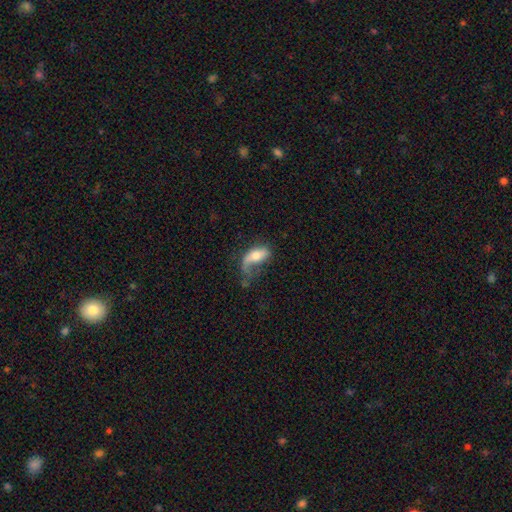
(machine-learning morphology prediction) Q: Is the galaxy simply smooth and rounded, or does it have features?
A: smooth — 56%.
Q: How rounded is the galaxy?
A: in between — 84%.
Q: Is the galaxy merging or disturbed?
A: major disturbance — 43%.